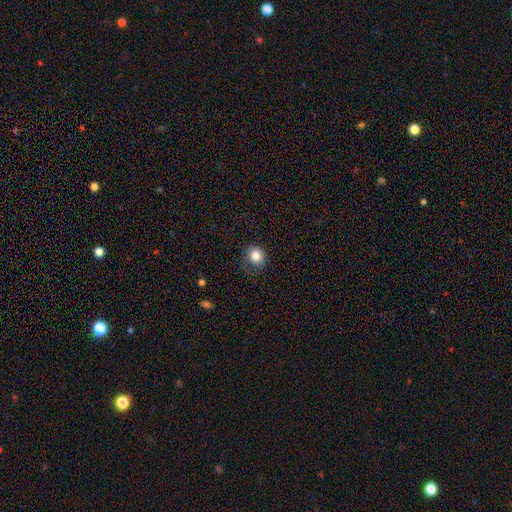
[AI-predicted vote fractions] Smooth or featured?
  - smooth: 82% *
  - star or artifact: 10%
  - featured or disk: 8%
How rounded?
  - round: 69% *
  - in between: 31%
  - cigar-shaped: 1%
Merging?
  - none: 62% *
  - minor disturbance: 25%
  - major disturbance: 12%
  - merger: 1%